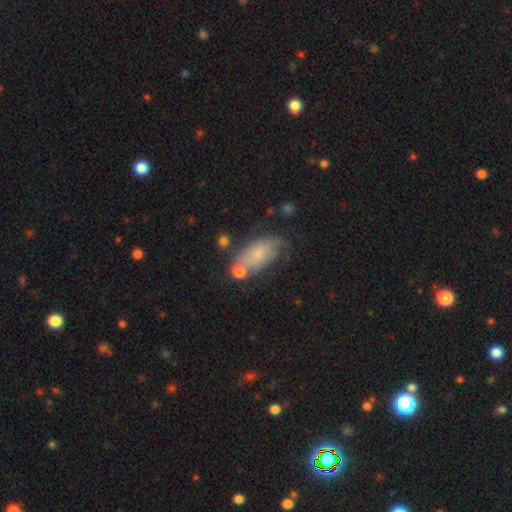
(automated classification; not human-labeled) A smooth galaxy with no disk features (57%) that is in between round and cigar-shaped (89%). Merging: none (47%).